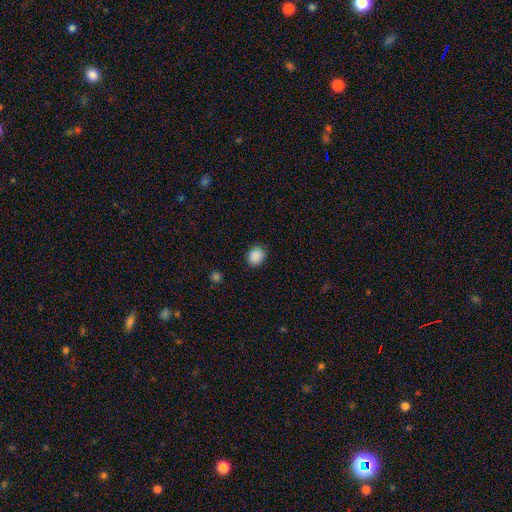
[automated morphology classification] Smooth or featured?
  - smooth: 88% *
  - star or artifact: 9%
  - featured or disk: 3%
How rounded?
  - round: 61% *
  - in between: 38%
  - cigar-shaped: 1%
Merging?
  - none: 80% *
  - minor disturbance: 15%
  - major disturbance: 3%
  - merger: 1%